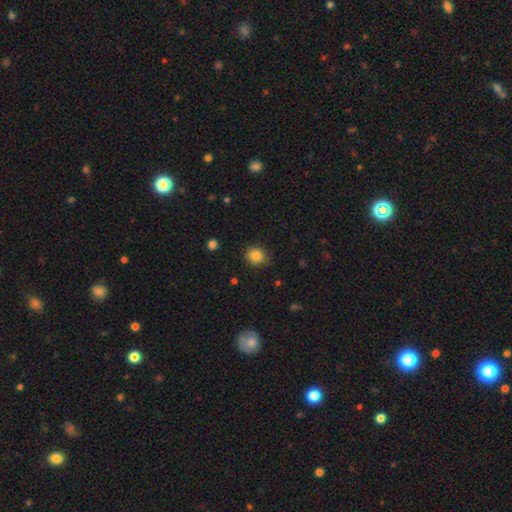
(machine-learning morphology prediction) The model was most divided on "how rounded": round: 80%, in between: 19%, cigar-shaped: 1%. More confident: merging — none (84%); smooth or featured — smooth (83%).